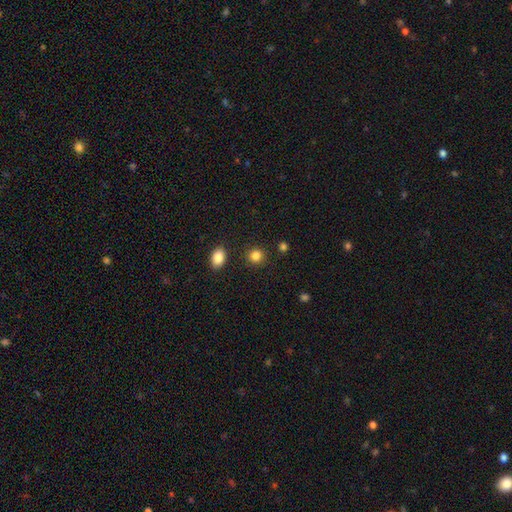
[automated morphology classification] A smooth galaxy with no disk features (85%) that is round (85%). Merging: none (88%).